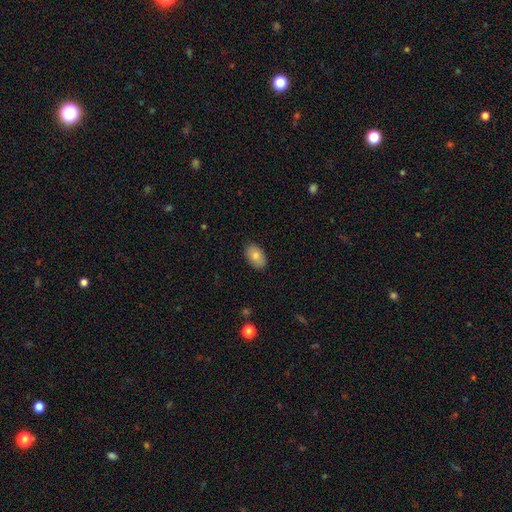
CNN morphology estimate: A smooth galaxy with no disk features (81%) that is in between round and cigar-shaped (92%). Merging: none (86%).